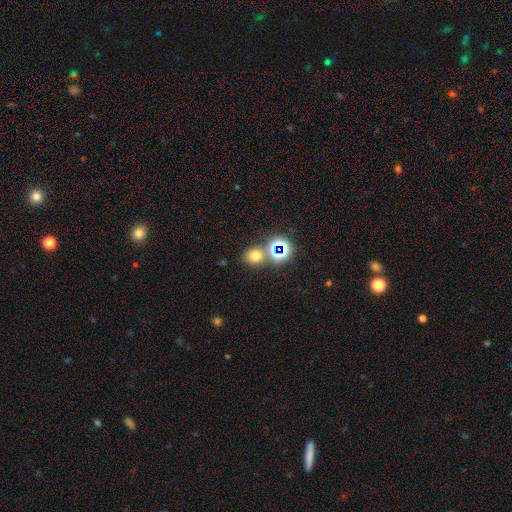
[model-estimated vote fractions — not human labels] Smooth or featured? Predicted: smooth (p=0.65). How rounded? Predicted: round (p=0.67). Merging? Predicted: none (p=0.71).